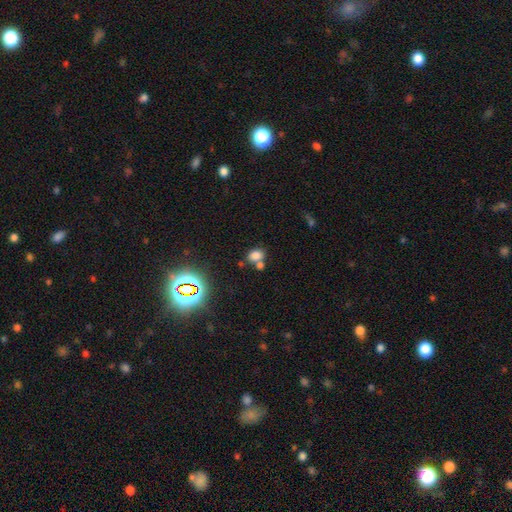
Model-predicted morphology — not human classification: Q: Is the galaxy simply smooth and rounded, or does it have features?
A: smooth — 75%.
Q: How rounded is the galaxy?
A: in between — 63%.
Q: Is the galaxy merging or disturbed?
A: none — 49%.